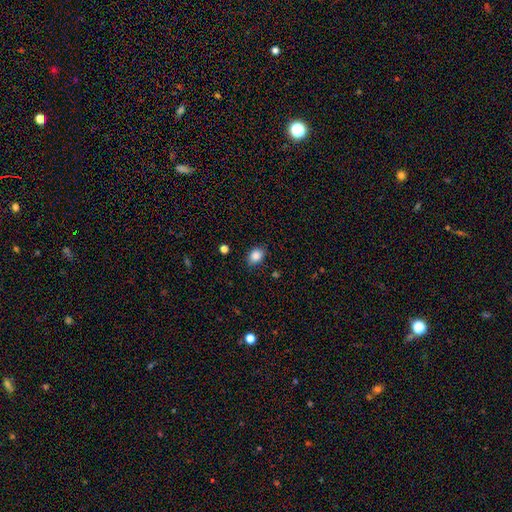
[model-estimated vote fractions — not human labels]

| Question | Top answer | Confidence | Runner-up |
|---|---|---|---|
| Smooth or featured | smooth | 87% | star or artifact (9%) |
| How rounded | in between | 65% | round (34%) |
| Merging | none | 84% | minor disturbance (12%) |